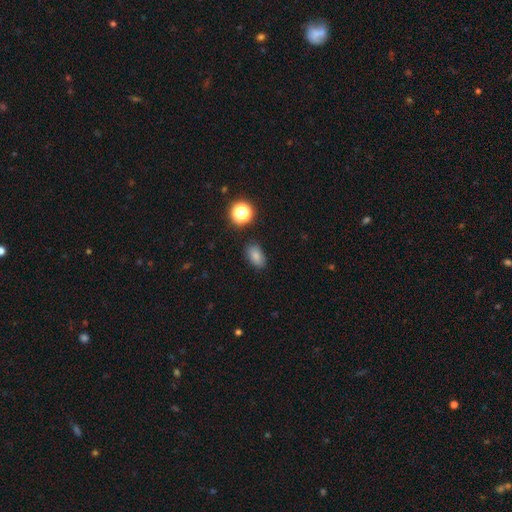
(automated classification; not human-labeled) smooth-or-featured: smooth: 80% | star or artifact: 13% | featured or disk: 7%
  how-rounded: in between: 84% | round: 15% | cigar-shaped: 2%
  merging: none: 82% | minor disturbance: 13% | major disturbance: 3% | merger: 2%